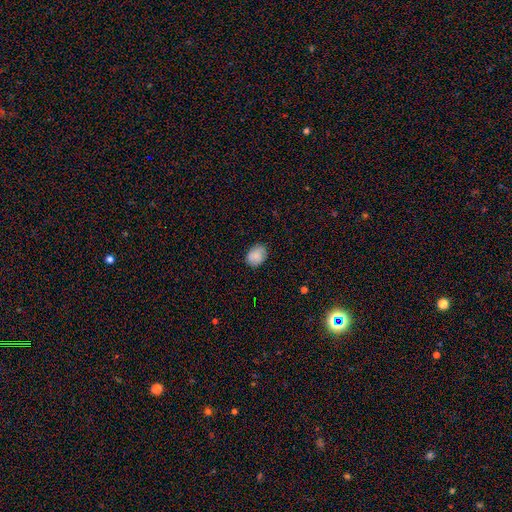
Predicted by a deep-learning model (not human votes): A smooth galaxy with no disk features (84%) that is in between round and cigar-shaped (63%). Merging: none (82%).